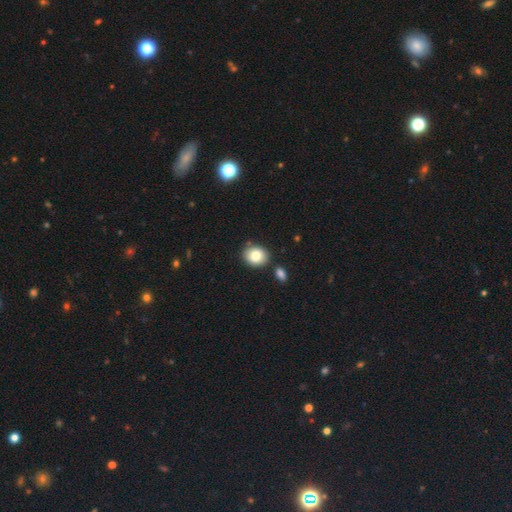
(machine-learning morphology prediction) A smooth galaxy with no disk features (83%) that is round (54%). Merging: none (78%).